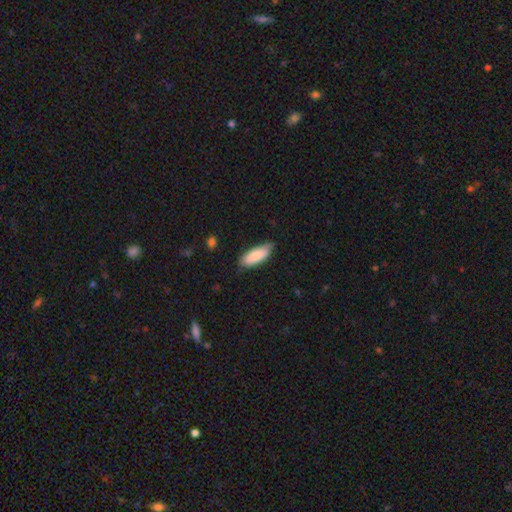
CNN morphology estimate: smooth 82%, featured or disk 13%, star or artifact 6%. Down the decision tree: how rounded — in between (75%); merging — none (67%).